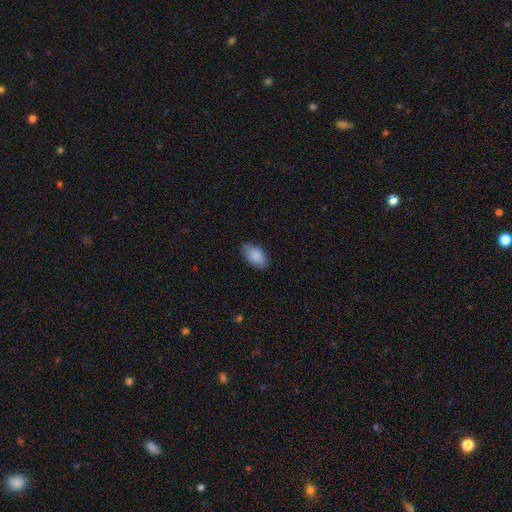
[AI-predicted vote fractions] smooth_or_featured: smooth (p=0.86) [alt: featured or disk p=0.07]
how_rounded: in between (p=0.93) [alt: round p=0.04]
merging: none (p=0.76) [alt: minor disturbance p=0.19]